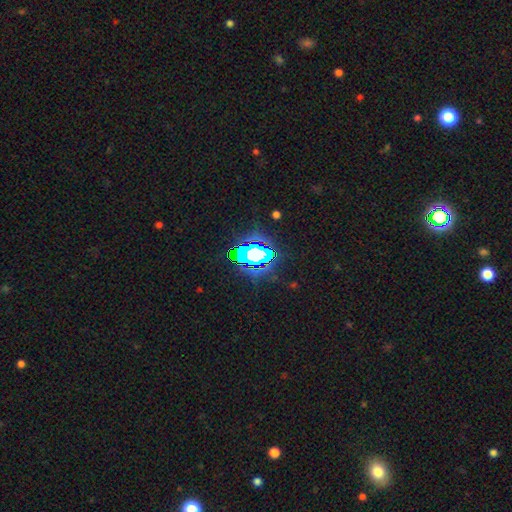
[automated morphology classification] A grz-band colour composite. It shows a star or artifact, not a galaxy (60%).